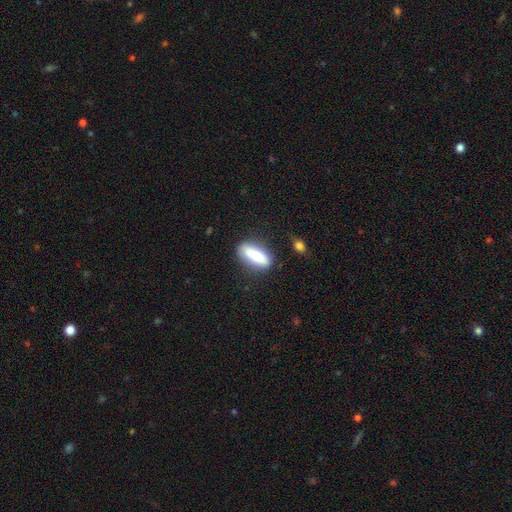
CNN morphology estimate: This is likely a smooth galaxy (73%). How rounded: possibly in between (51%). Merging: likely none (72%).